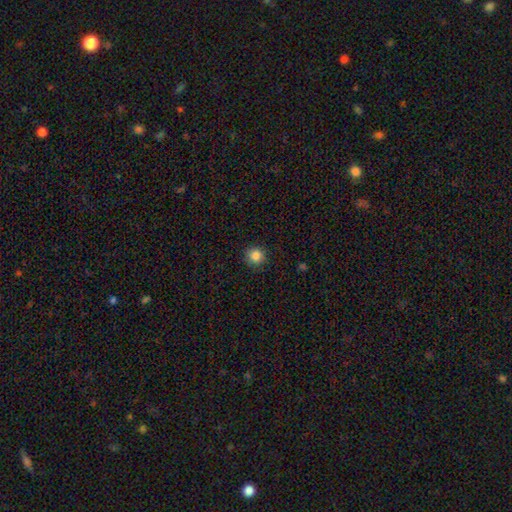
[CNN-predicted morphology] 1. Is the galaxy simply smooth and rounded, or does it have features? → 85% smooth, 11% star or artifact, 4% featured or disk.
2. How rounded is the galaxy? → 95% round, 4% in between, 1% cigar-shaped.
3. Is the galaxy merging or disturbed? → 91% none, 6% minor disturbance, 2% major disturbance, 1% merger.